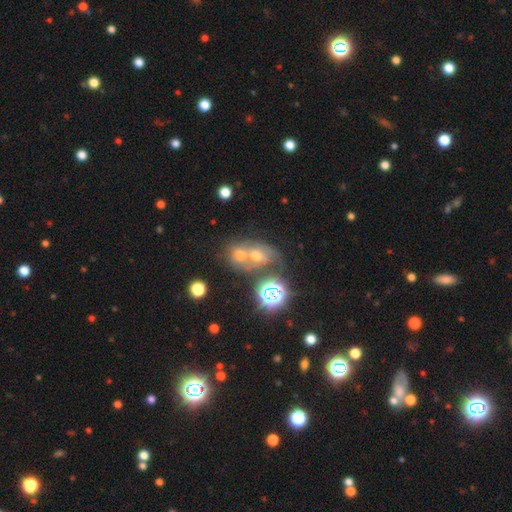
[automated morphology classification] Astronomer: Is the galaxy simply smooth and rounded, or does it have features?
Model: smooth — 42% (runner-up: featured or disk, 31%).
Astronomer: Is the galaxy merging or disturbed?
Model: merger — 58%.